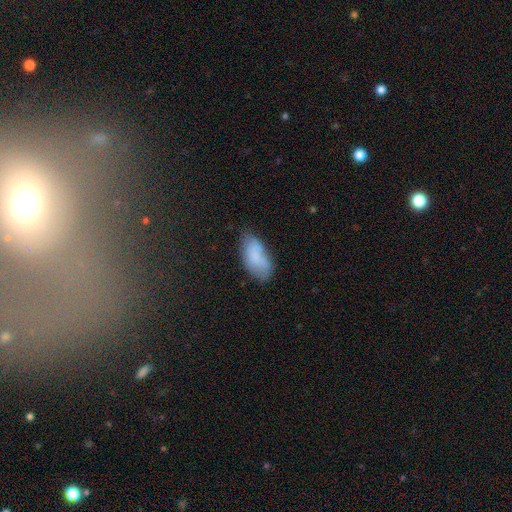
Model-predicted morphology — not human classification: The model was most divided on "merging": none: 58%, minor disturbance: 29%, major disturbance: 9%, merger: 4%. More confident: how rounded — in between (92%); smooth or featured — smooth (77%).